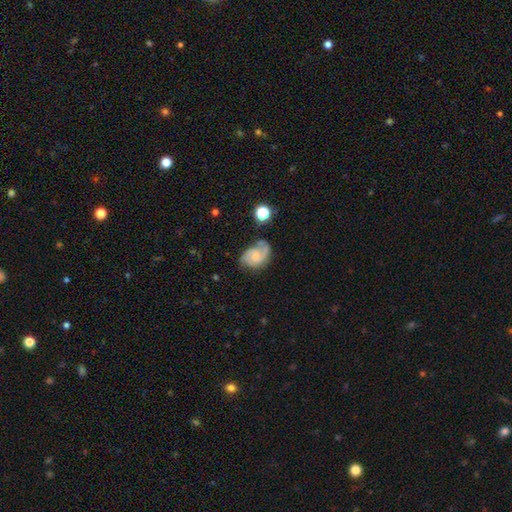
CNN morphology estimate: Overall: featured or disk (73%). Edge-on disk: no (98%). Bar: no (56%; weak 38%). Spiral arms: yes (93%). Spiral arm count: 2 (72%). Spiral winding: medium (48%; tight 31%). Bulge size: small (54%; moderate 31%). Merging: none (54%; minor disturbance 26%).